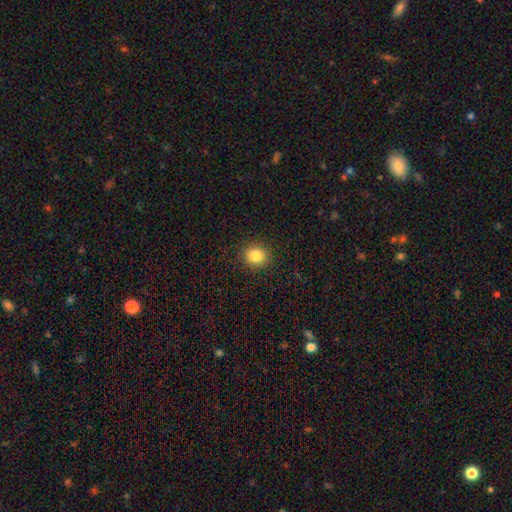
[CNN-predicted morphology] This appears to be a smooth galaxy with no disk features (84%) that is round (80%). Merging: none (90%).